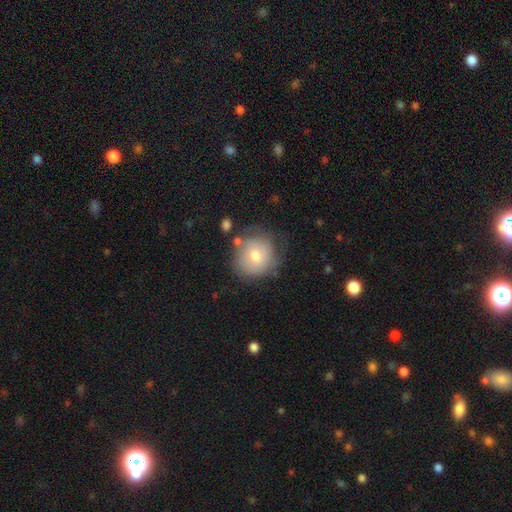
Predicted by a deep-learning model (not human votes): A smooth galaxy with no disk features (65%) that is round (86%). Merging: none (65%).